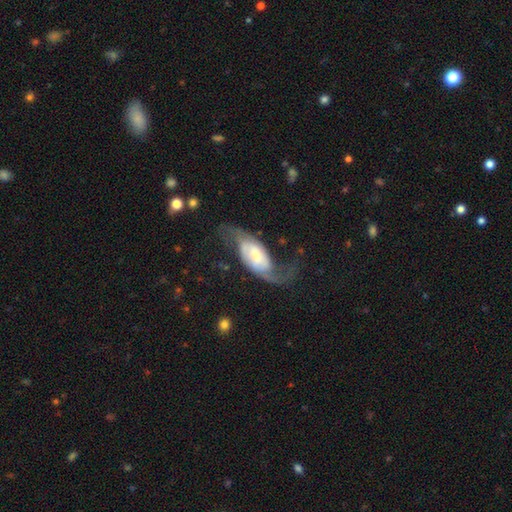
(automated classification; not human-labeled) This is likely a featured or disk galaxy (77%). It is clearly not viewed edge-on (93%). Bar: marginally weak (43%). Spiral arm pattern: clearly yes (94%). Spiral arm count: clearly 2 (90%). Spiral winding: likely loose (69%). Central bulge: marginally moderate (29%). Merging: possibly none (50%).